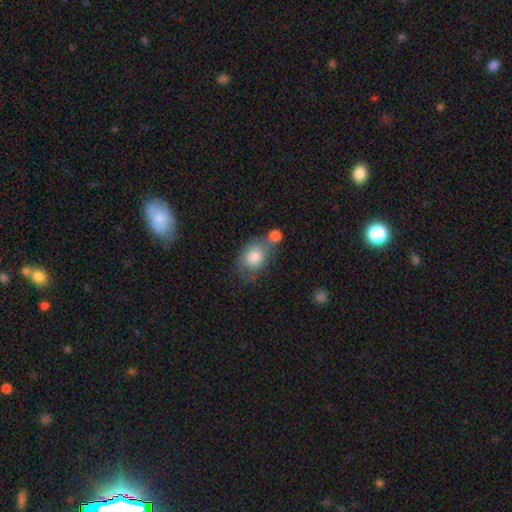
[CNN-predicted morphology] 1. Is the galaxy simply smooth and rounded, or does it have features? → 73% smooth, 19% featured or disk, 9% star or artifact.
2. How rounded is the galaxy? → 70% in between, 28% round, 2% cigar-shaped.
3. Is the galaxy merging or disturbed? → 50% none, 24% minor disturbance, 16% merger, 10% major disturbance.